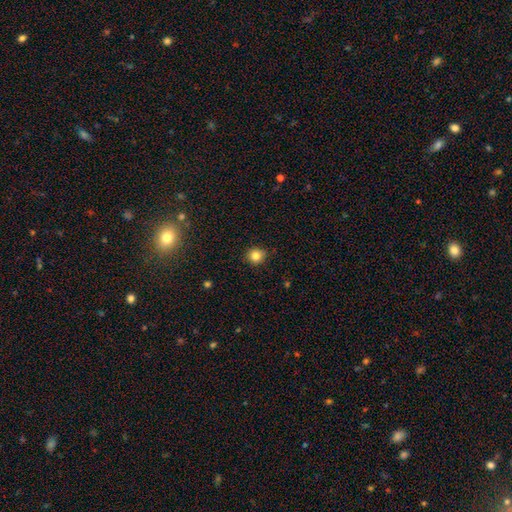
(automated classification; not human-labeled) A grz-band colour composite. It shows a smooth galaxy with no disk features (83%) that is round (89%). Merging: none (90%).